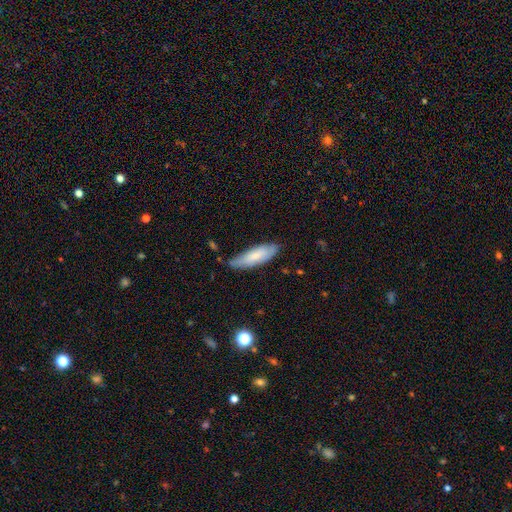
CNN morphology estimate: smooth 71%, featured or disk 23%, star or artifact 6%. Down the decision tree: how rounded — cigar-shaped (50%); merging — none (65%).